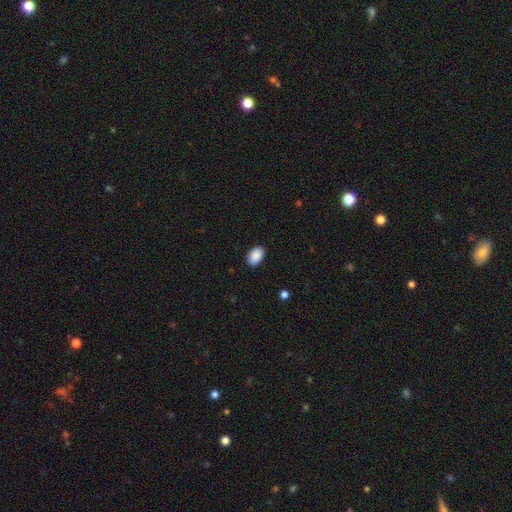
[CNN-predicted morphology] A smooth galaxy with no disk features (90%) that is in between round and cigar-shaped (90%).

Vote fractions:
- Smooth or featured? smooth: 90% / star or artifact: 7% / featured or disk: 3%
- How rounded? in between: 90% / round: 9% / cigar-shaped: 1%
- Merging? none: 88% / minor disturbance: 9% / major disturbance: 2% / merger: 1%